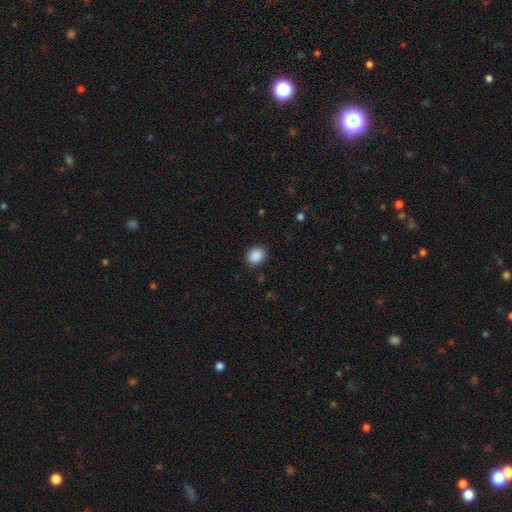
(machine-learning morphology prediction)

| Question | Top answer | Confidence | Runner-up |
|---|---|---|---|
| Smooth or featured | smooth | 89% | star or artifact (9%) |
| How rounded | round | 59% | in between (40%) |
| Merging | none | 87% | minor disturbance (9%) |